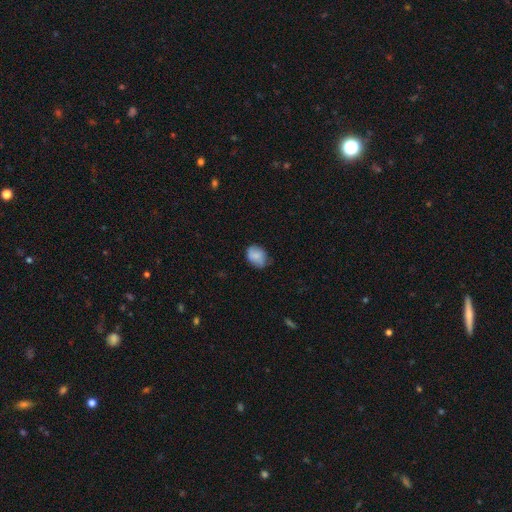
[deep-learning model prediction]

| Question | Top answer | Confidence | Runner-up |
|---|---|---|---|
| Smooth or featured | smooth | 79% | featured or disk (13%) |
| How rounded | in between | 66% | round (33%) |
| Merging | none | 64% | minor disturbance (29%) |